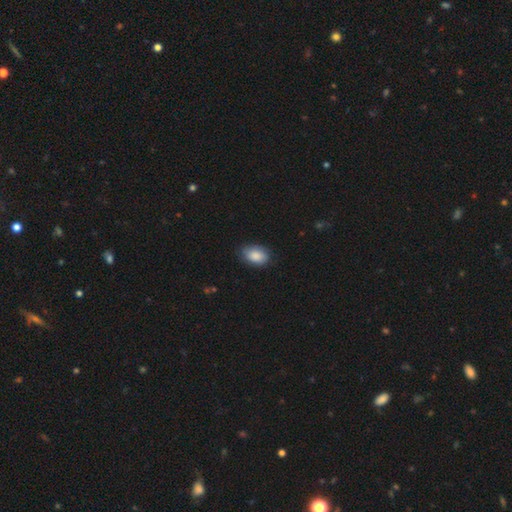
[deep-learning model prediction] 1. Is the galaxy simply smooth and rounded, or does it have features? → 88% smooth, 6% star or artifact, 6% featured or disk.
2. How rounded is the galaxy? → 89% in between, 9% round, 1% cigar-shaped.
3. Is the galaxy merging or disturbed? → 81% none, 16% minor disturbance, 3% major disturbance, 1% merger.